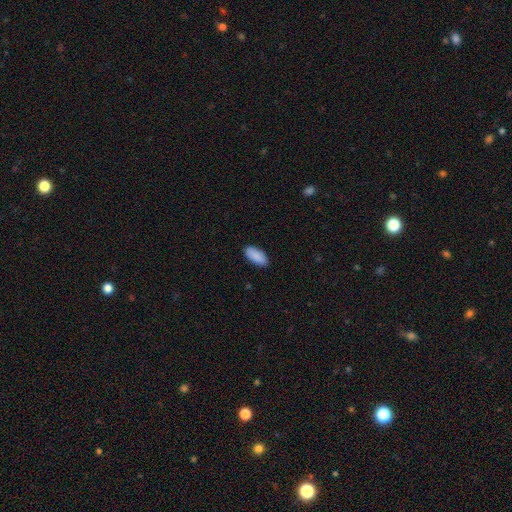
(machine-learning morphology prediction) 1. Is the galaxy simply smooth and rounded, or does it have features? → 90% smooth, 6% star or artifact, 4% featured or disk.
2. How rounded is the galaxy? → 90% in between, 8% cigar-shaped, 2% round.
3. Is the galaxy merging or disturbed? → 89% none, 8% minor disturbance, 2% major disturbance, 1% merger.